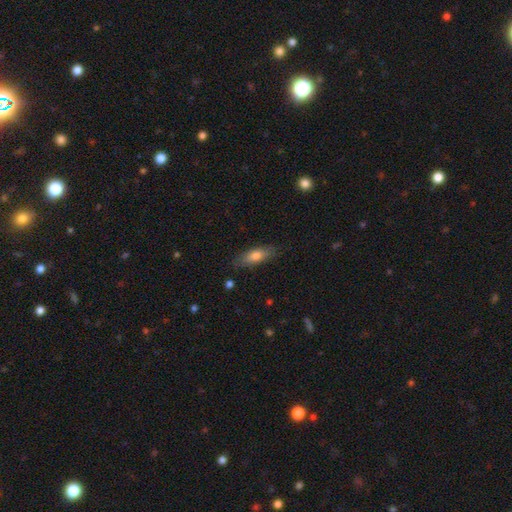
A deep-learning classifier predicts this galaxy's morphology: This appears to be a smooth galaxy with no disk features (74%) that is in between round and cigar-shaped (64%). Merging: none (80%).